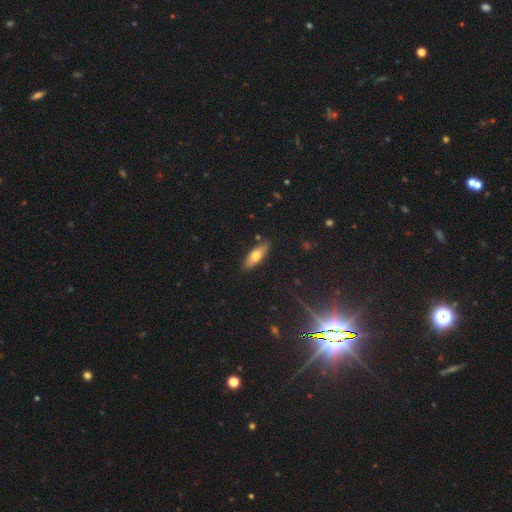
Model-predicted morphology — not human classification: smooth 65%, featured or disk 28%, star or artifact 7%. Down the decision tree: how rounded — in between (60%); merging — none (86%).